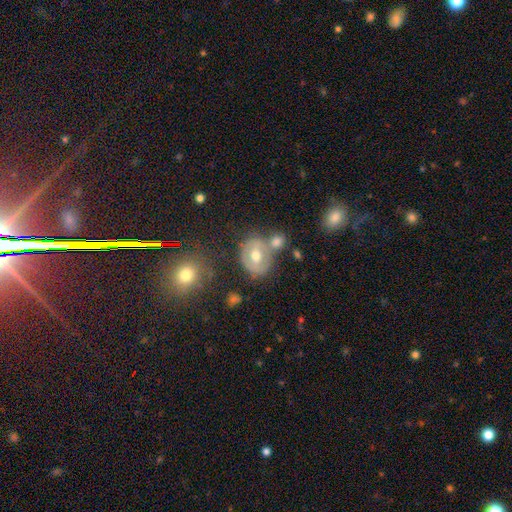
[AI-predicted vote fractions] This appears to be a featured or disk galaxy (49%). Merging: none (54%).